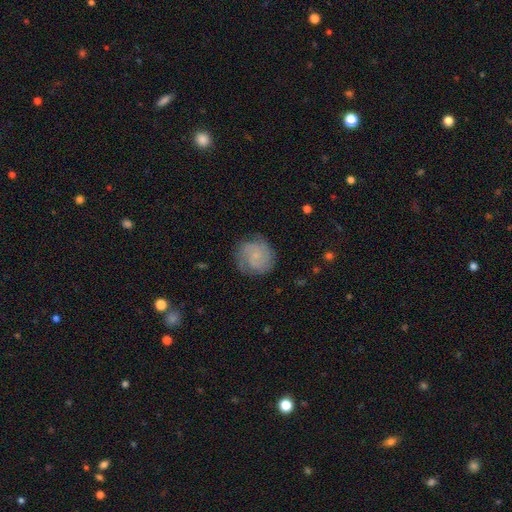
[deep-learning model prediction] Q: Smooth or featured?
A: featured or disk (60%); runner-up: smooth (32%)
Q: Edge-on disk?
A: no (98%); runner-up: yes (2%)
Q: Bar?
A: no (76%); runner-up: weak (22%)
Q: Spiral arms?
A: yes (90%); runner-up: no (10%)
Q: Spiral winding?
A: tight (56%); runner-up: medium (34%)
Q: Spiral arm count?
A: 2 (35%); runner-up: can't tell (29%)
Q: Bulge size?
A: small (73%); runner-up: none (13%)
Q: Merging?
A: none (73%); runner-up: minor disturbance (18%)